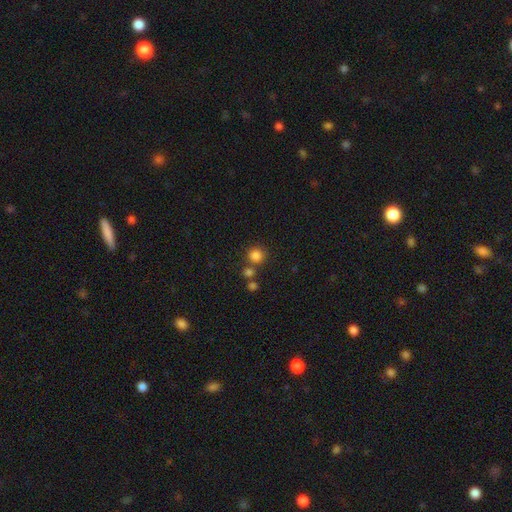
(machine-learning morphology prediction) Smooth or featured: smooth — 82% (star or artifact — 13%)
How rounded: round — 90% (in between — 9%)
Merging: none — 72% (merger — 17%)